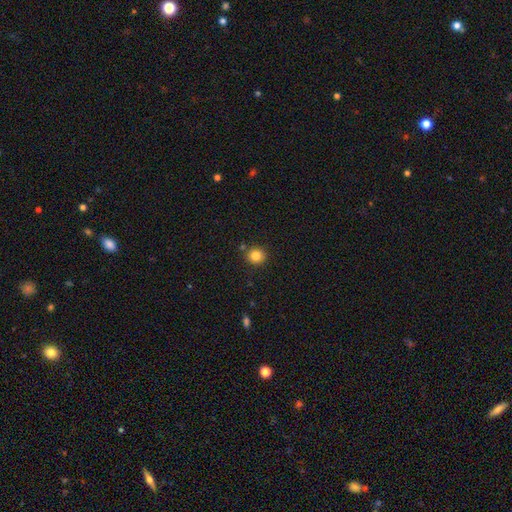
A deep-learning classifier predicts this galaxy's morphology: smooth-or-featured: smooth: 83% | star or artifact: 11% | featured or disk: 6%
  how-rounded: round: 90% | in between: 9% | cigar-shaped: 1%
  merging: none: 85% | minor disturbance: 8% | merger: 5% | major disturbance: 2%